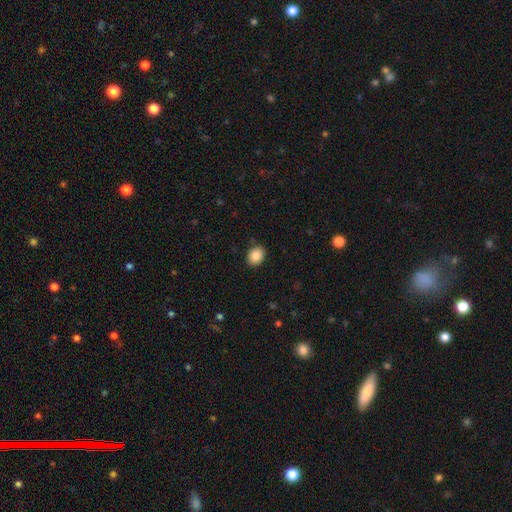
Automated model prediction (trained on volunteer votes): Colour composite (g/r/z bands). It shows a smooth galaxy with no disk features (87%) that is in between round and cigar-shaped (54%). Merging: none (88%).